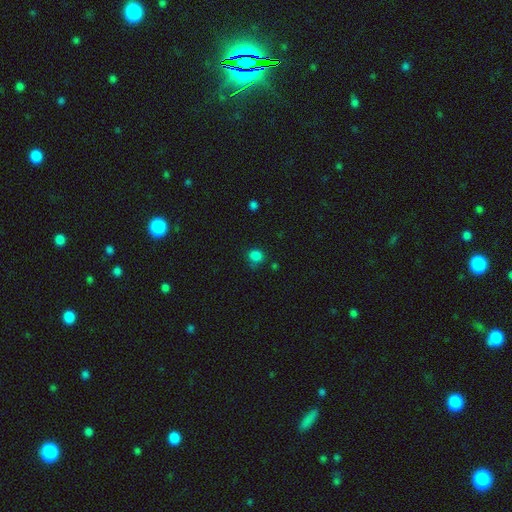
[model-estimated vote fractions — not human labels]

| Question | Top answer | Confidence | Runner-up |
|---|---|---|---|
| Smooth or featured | smooth | 82% | star or artifact (14%) |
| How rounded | round | 78% | in between (21%) |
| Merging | none | 72% | minor disturbance (20%) |